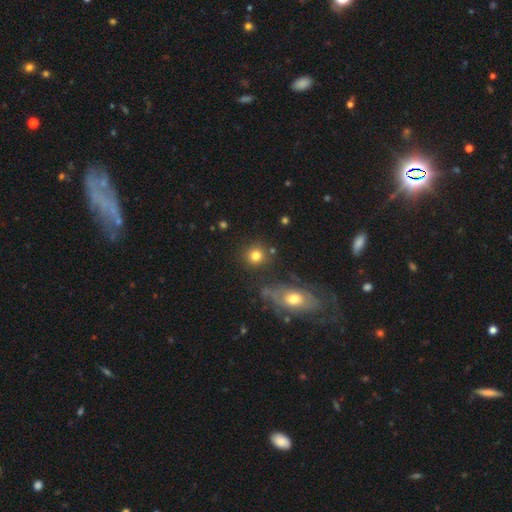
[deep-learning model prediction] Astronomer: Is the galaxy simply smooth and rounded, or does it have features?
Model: smooth — 79%.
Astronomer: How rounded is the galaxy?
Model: round — 89%.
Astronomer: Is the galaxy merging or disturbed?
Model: none — 81%.